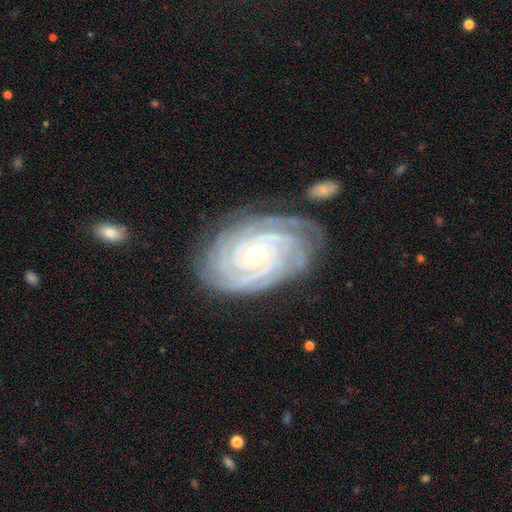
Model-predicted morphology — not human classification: A featured or disk galaxy (92%) with no bar (71%), 4 (30%) tight (87%) spiral arms (99%) and a small central bulge (69%). Merging: none (79%).